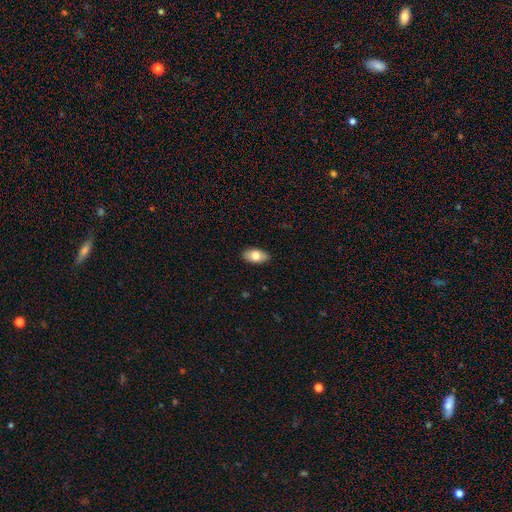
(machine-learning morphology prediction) This is likely a smooth galaxy (78%). How rounded: clearly in between (93%). Merging: clearly none (89%).